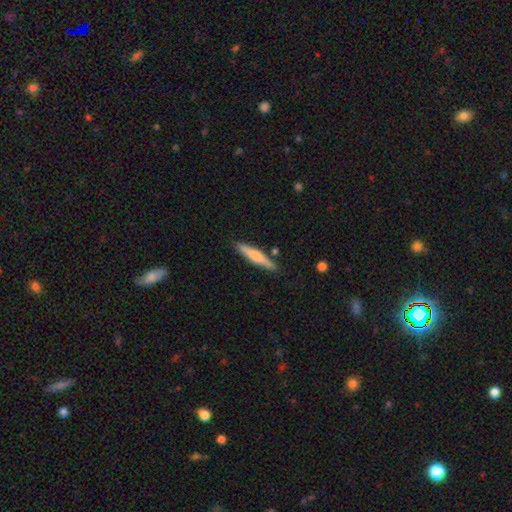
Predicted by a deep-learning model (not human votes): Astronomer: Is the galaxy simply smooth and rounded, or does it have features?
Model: smooth — 58% (runner-up: featured or disk, 37%).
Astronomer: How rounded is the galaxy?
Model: cigar-shaped — 89%.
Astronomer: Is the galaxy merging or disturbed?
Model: none — 84%.